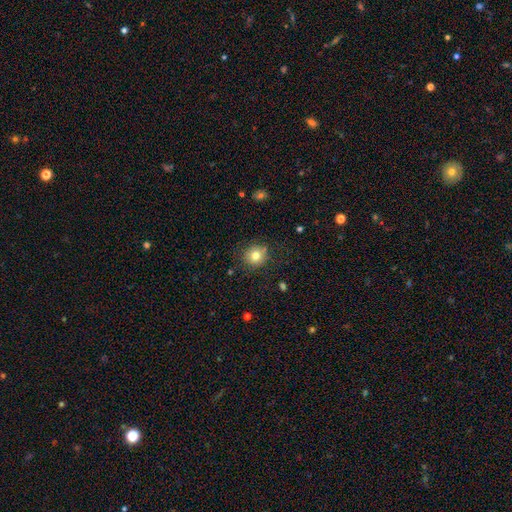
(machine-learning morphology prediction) Smooth or featured? smooth (78%)
How rounded? round (88%)
Merging? none (83%)